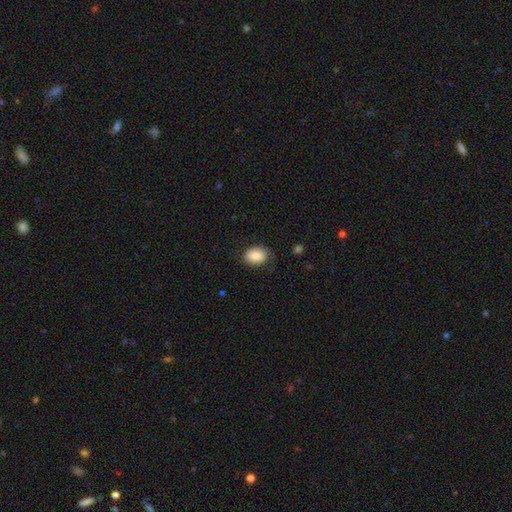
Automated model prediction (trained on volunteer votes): smooth_or_featured: smooth (p=0.81) [alt: featured or disk p=0.11]
how_rounded: in between (p=0.72) [alt: round p=0.27]
merging: none (p=0.68) [alt: minor disturbance p=0.23]